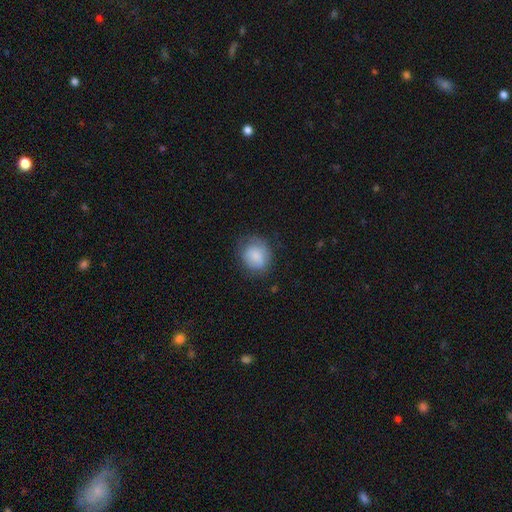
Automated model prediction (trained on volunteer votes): smooth-or-featured: smooth: 83% | featured or disk: 10% | star or artifact: 7%
  how-rounded: round: 69% | in between: 30% | cigar-shaped: 1%
  merging: none: 71% | minor disturbance: 20% | major disturbance: 8% | merger: 1%